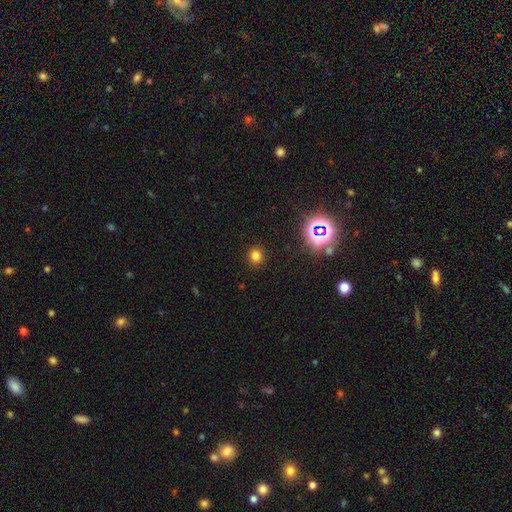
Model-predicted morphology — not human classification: Overall: smooth (74%). How rounded: round (87%). Merging: none (90%).